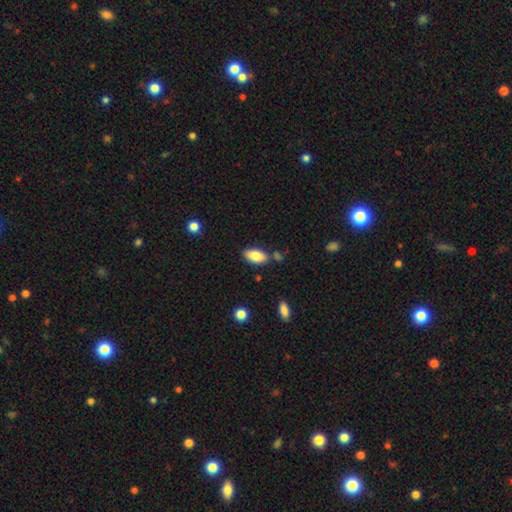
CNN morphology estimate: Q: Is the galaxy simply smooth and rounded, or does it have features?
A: smooth — 81%.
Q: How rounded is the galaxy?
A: in between — 92%.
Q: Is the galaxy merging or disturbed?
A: none — 75%.